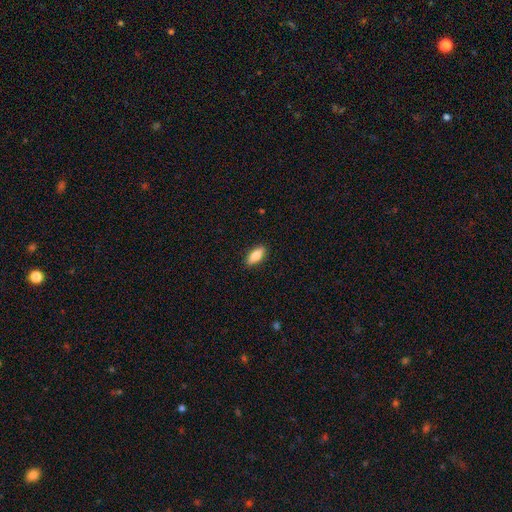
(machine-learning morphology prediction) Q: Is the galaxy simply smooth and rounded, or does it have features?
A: smooth — 80%.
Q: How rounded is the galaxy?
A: in between — 78%.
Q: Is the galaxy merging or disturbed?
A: none — 89%.